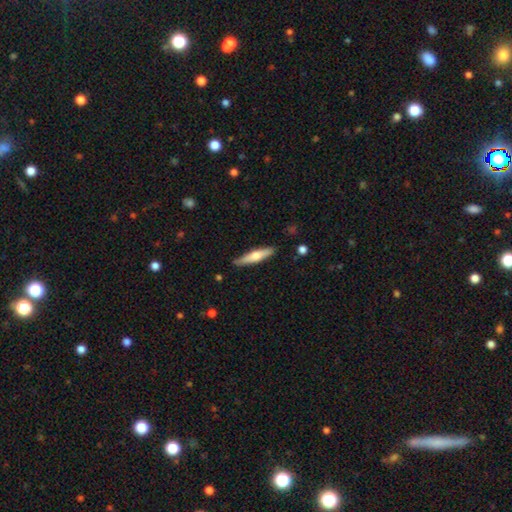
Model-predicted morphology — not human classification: Smooth or featured?
  - smooth: 51% *
  - featured or disk: 44%
  - star or artifact: 5%
How rounded?
  - cigar-shaped: 84% *
  - in between: 15%
  - round: 2%
Merging?
  - none: 86% *
  - minor disturbance: 11%
  - major disturbance: 2%
  - merger: 1%